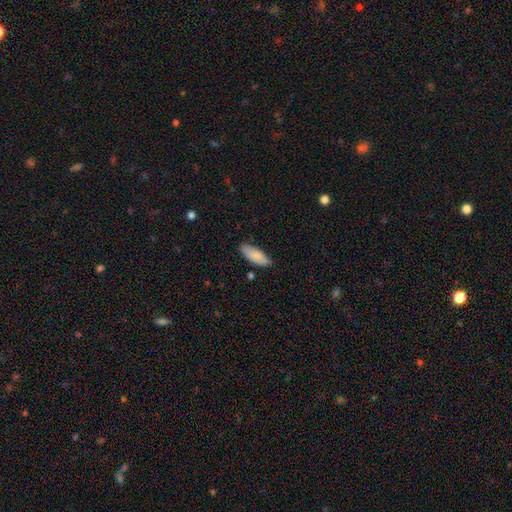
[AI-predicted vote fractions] A smooth galaxy with no disk features (87%) that is in between round and cigar-shaped (75%).

Vote fractions:
- Smooth or featured? smooth: 87% / featured or disk: 8% / star or artifact: 6%
- How rounded? in between: 75% / cigar-shaped: 23% / round: 2%
- Merging? none: 80% / minor disturbance: 16% / major disturbance: 2% / merger: 2%